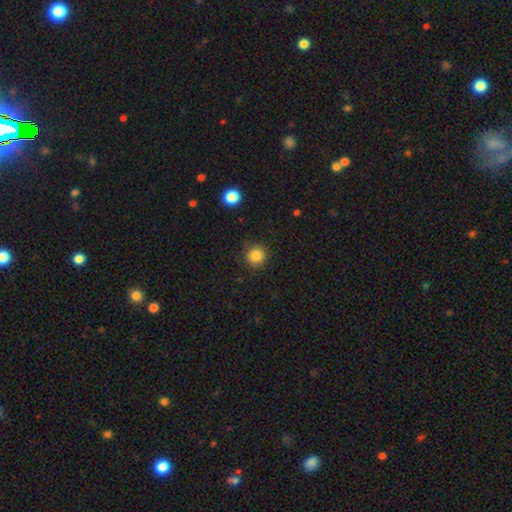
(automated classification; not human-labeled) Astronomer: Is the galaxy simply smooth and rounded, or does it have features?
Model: smooth — 84%.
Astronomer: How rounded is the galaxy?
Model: round — 94%.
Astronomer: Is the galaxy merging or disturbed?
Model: none — 89%.